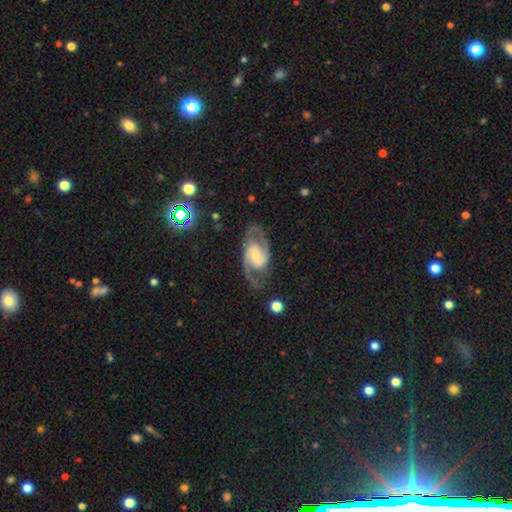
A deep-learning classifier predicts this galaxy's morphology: This appears to be a featured or disk galaxy (87%) with a weak bar (48%), 2 (89%) medium (57%) spiral arms (96%) and a moderate central bulge (45%). Merging: none (73%).